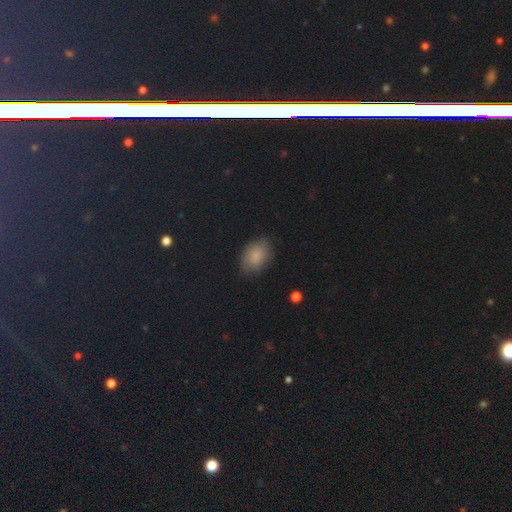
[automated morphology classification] This is likely a smooth galaxy (72%). How rounded: clearly in between (83%). Merging: likely none (72%).